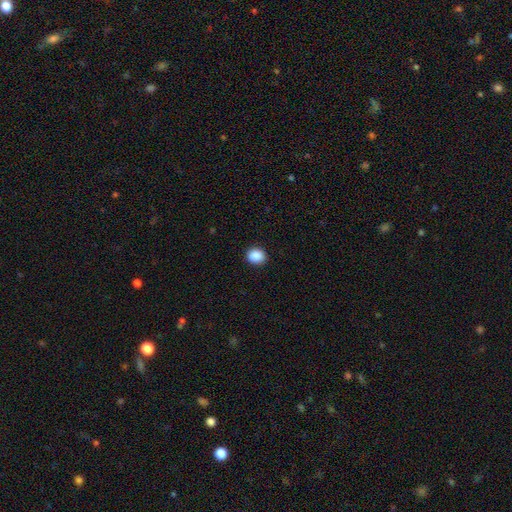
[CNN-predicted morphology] type=smooth (89%); roundness=round (67%); merging=none (91%).